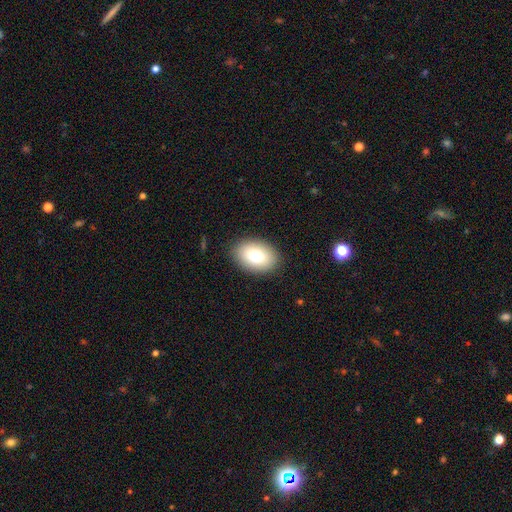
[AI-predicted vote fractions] Q: Smooth or featured?
A: smooth (79%); runner-up: featured or disk (13%)
Q: How rounded?
A: in between (85%); runner-up: round (14%)
Q: Merging?
A: none (89%); runner-up: minor disturbance (8%)